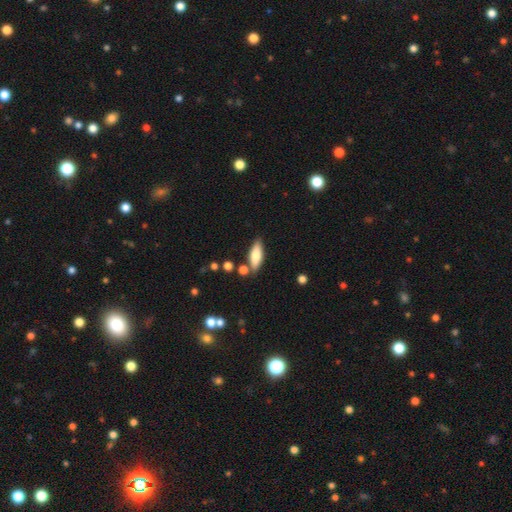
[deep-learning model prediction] This appears to be a smooth galaxy with no disk features (75%) that is in between round and cigar-shaped (61%). Merging: none (78%).